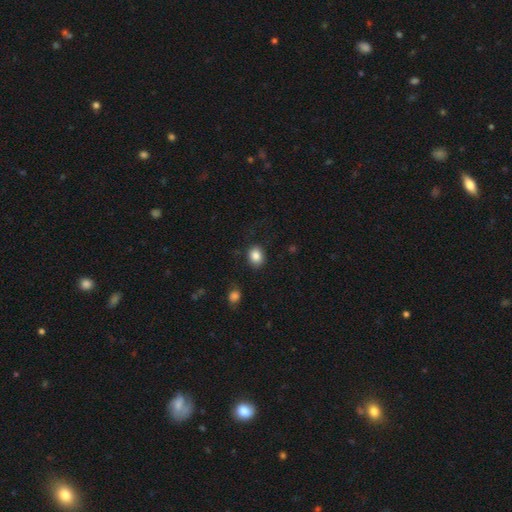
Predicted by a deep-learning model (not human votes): Overall: smooth (85%). How rounded: round (56%; in between 43%). Merging: none (84%).